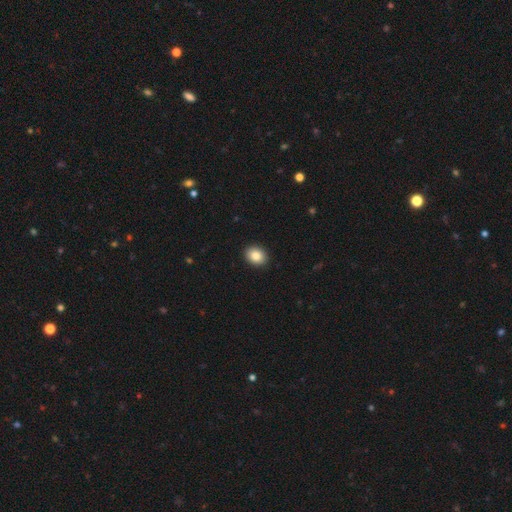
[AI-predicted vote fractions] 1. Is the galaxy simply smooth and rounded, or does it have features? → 86% smooth, 8% star or artifact, 6% featured or disk.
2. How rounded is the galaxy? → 54% in between, 46% round, 1% cigar-shaped.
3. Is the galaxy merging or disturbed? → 91% none, 6% minor disturbance, 2% major disturbance, 1% merger.